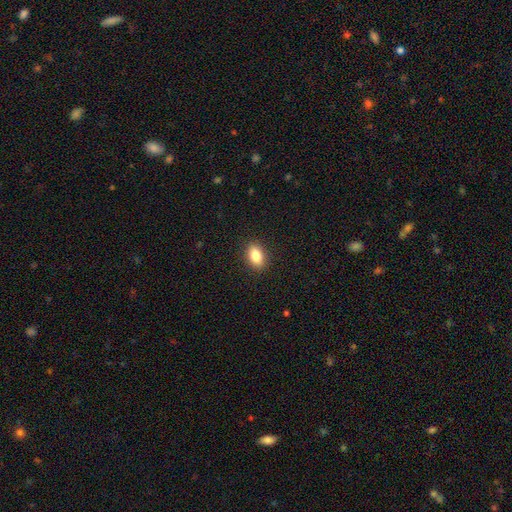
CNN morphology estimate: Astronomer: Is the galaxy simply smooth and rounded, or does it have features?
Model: smooth — 84%.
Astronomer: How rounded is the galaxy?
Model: in between — 87%.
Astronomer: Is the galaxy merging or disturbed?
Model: none — 90%.